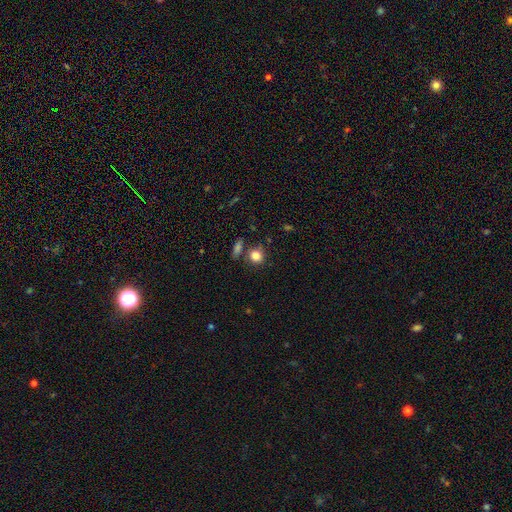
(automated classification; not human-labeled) smooth 83%, star or artifact 10%, featured or disk 7%. Down the decision tree: how rounded — round (80%); merging — none (71%).